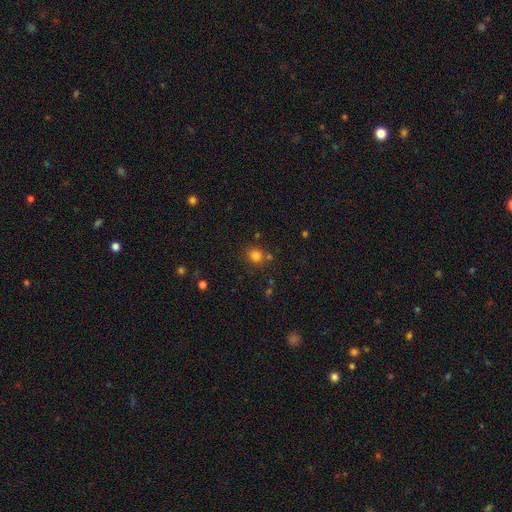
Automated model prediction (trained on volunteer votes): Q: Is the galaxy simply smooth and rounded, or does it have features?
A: smooth — 80%.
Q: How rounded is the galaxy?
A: round — 87%.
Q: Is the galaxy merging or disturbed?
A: none — 78%.